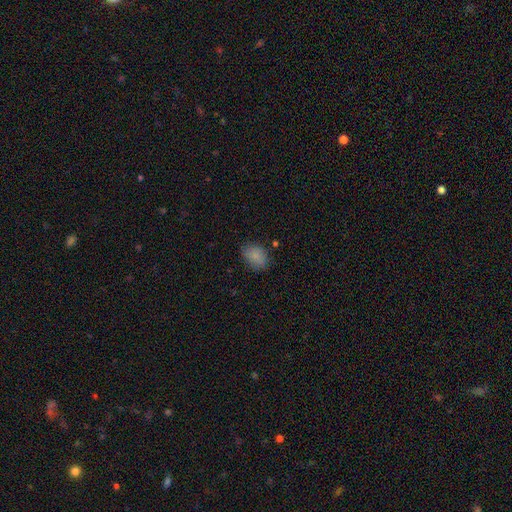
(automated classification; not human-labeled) A smooth galaxy with no disk features (85%) that is in between round and cigar-shaped (67%).

Vote fractions:
- Smooth or featured? smooth: 85% / star or artifact: 9% / featured or disk: 6%
- How rounded? in between: 67% / round: 32% / cigar-shaped: 1%
- Merging? none: 76% / minor disturbance: 18% / major disturbance: 4% / merger: 2%